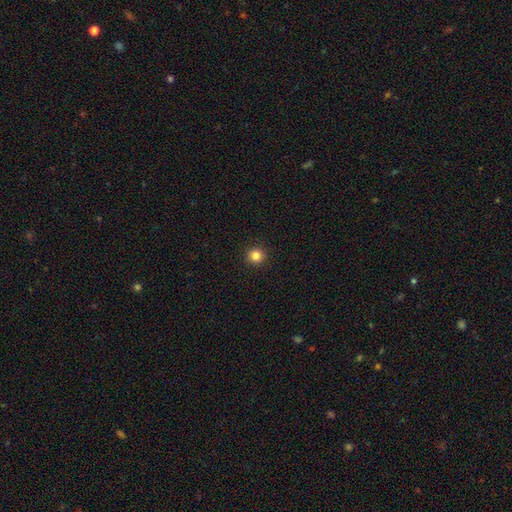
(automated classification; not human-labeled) Smooth or featured? smooth (83%)
How rounded? round (95%)
Merging? none (94%)